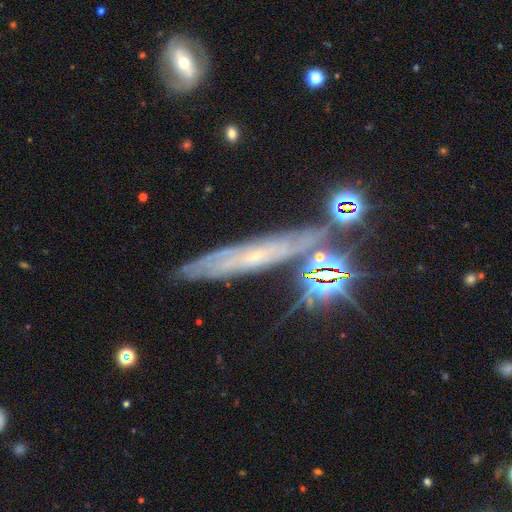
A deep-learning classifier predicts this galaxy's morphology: smooth-or-featured: featured or disk: 66% | star or artifact: 18% | smooth: 16%
  disk-edge-on: yes: 60% | no: 40%
  merging: none: 70% | minor disturbance: 17% | merger: 7% | major disturbance: 6%